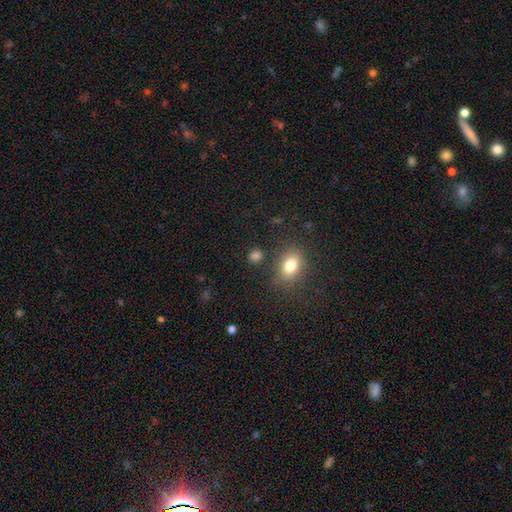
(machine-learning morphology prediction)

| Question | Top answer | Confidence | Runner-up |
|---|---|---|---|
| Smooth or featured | smooth | 81% | star or artifact (14%) |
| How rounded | round | 65% | in between (34%) |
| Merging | none | 80% | minor disturbance (10%) |